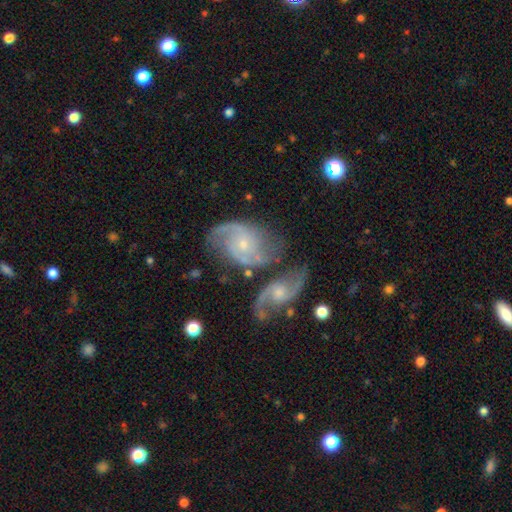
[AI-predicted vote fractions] Smooth or featured: featured or disk — 85% (smooth — 8%)
Edge-on disk: no — 96% (yes — 4%)
Bar: no — 64% (weak — 30%)
Spiral arms: yes — 96% (no — 4%)
Spiral winding: medium — 53% (loose — 25%)
Spiral arm count: 2 — 82% (can't tell — 7%)
Bulge size: small — 72% (moderate — 23%)
Merging: none — 46% (merger — 28%)